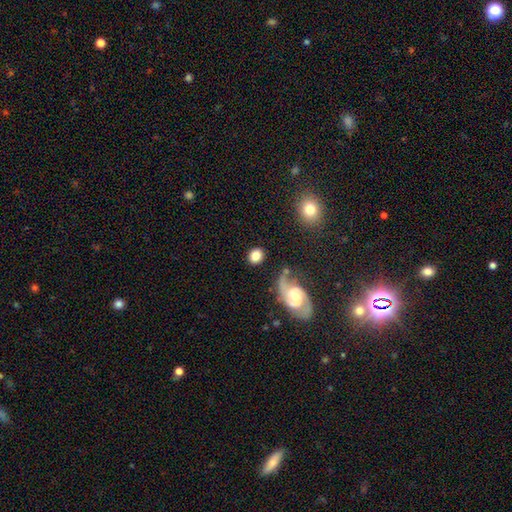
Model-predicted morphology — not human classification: A smooth galaxy with no disk features (77%) that is round (60%).

Vote fractions:
- Smooth or featured? smooth: 77% / featured or disk: 16% / star or artifact: 8%
- How rounded? round: 60% / in between: 38% / cigar-shaped: 2%
- Merging? none: 77% / minor disturbance: 12% / merger: 5% / major disturbance: 5%